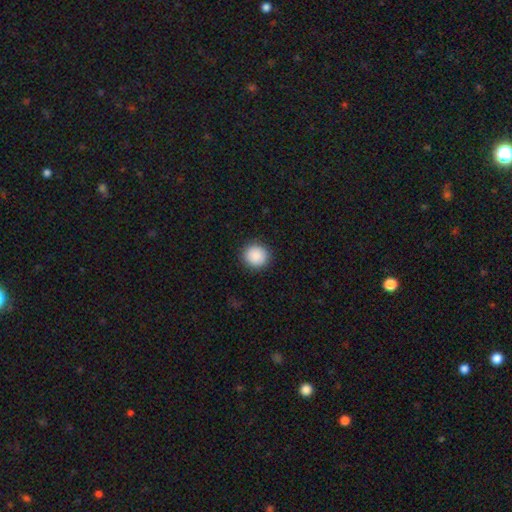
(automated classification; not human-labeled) A smooth galaxy with no disk features (90%) that is round (92%).

Vote fractions:
- Smooth or featured? smooth: 90% / star or artifact: 8% / featured or disk: 2%
- How rounded? round: 92% / in between: 7% / cigar-shaped: 1%
- Merging? none: 92% / minor disturbance: 5% / major disturbance: 2% / merger: 1%